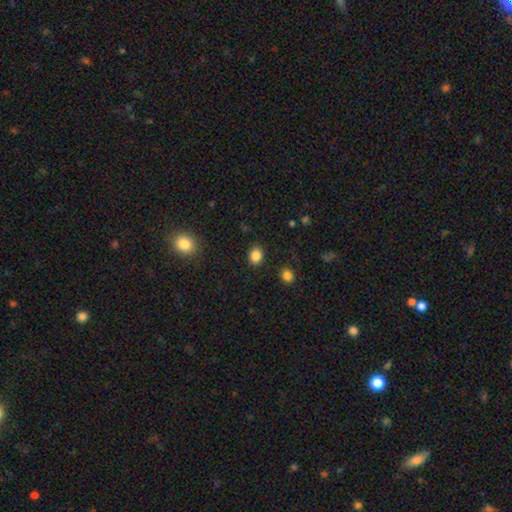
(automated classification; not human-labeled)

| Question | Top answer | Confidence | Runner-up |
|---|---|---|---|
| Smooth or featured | smooth | 85% | star or artifact (10%) |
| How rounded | round | 54% | in between (45%) |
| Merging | none | 88% | minor disturbance (8%) |